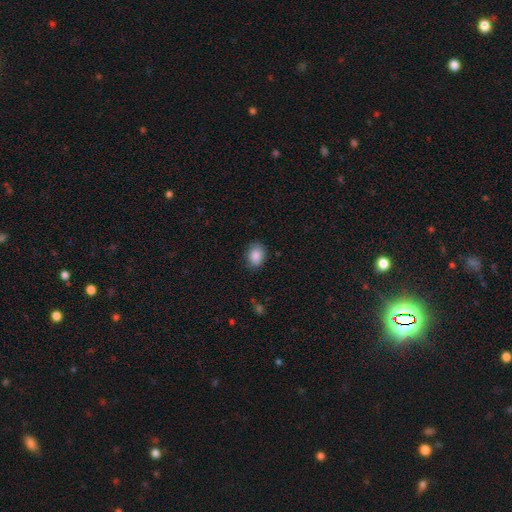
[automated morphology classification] This is clearly a smooth galaxy (88%). How rounded: likely in between (71%). Merging: clearly none (84%).